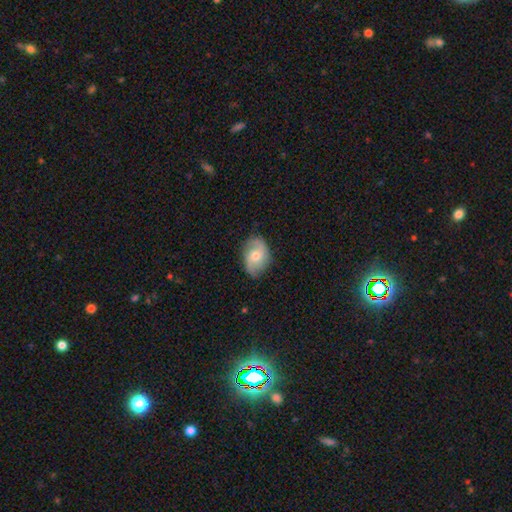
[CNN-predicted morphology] Smooth or featured?
  - featured or disk: 57% *
  - smooth: 36%
  - star or artifact: 7%
Edge-on disk?
  - no: 96% *
  - yes: 4%
Bar?
  - no: 68% *
  - weak: 27%
  - strong: 5%
Spiral arms?
  - yes: 85% *
  - no: 15%
Bulge size?
  - moderate: 53% *
  - small: 42%
  - large: 3%
  - none: 1%
  - dominant: 1%
Merging?
  - none: 76% *
  - minor disturbance: 18%
  - major disturbance: 5%
  - merger: 1%